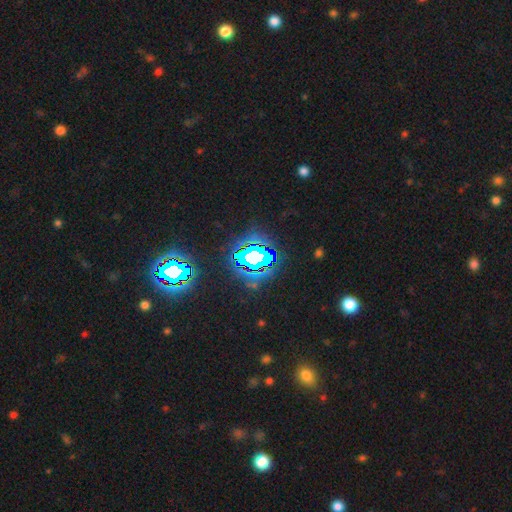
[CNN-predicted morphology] Smooth or featured? star or artifact (82%)